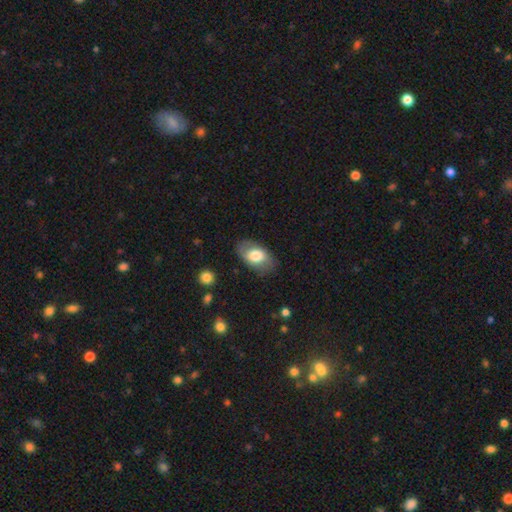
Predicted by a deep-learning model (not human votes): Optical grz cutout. It shows a smooth galaxy with no disk features (70%) that is in between round and cigar-shaped (91%). Merging: none (79%).